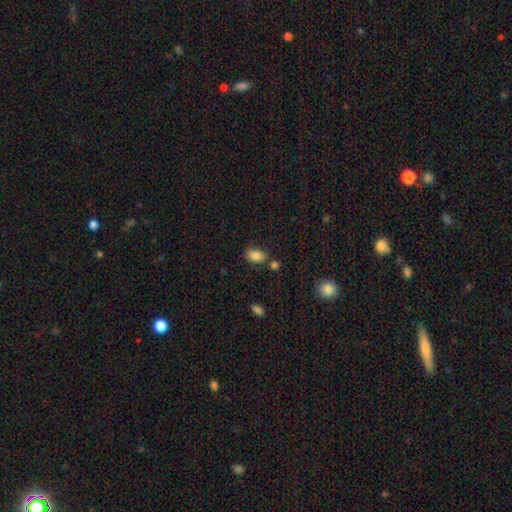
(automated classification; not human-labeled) A smooth galaxy with no disk features (85%) that is in between round and cigar-shaped (86%).

Vote fractions:
- Smooth or featured? smooth: 85% / star or artifact: 9% / featured or disk: 6%
- How rounded? in between: 86% / round: 12% / cigar-shaped: 1%
- Merging? none: 72% / minor disturbance: 14% / merger: 10% / major disturbance: 4%